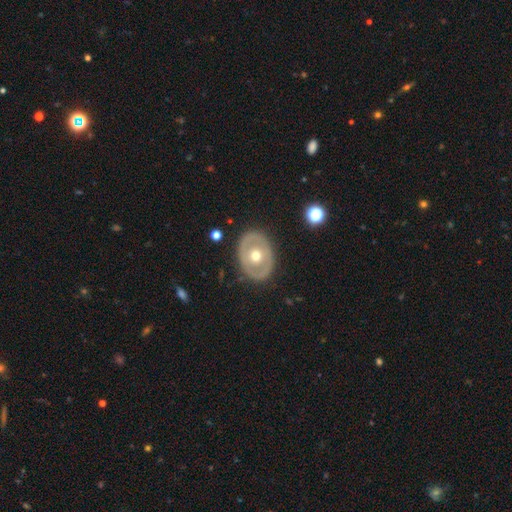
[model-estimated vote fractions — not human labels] Smooth or featured? Predicted: featured or disk (p=0.59). Edge-on disk? Predicted: no (p=0.92). Bar? Predicted: no (p=0.87). Spiral arms? Predicted: no (p=0.87). Bulge size? Predicted: moderate (p=0.78). Merging? Predicted: none (p=0.85).